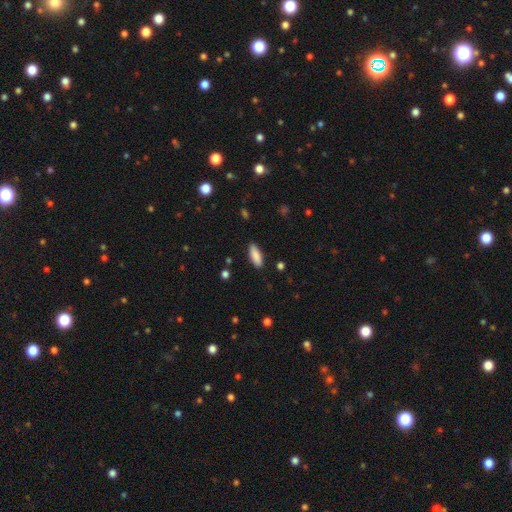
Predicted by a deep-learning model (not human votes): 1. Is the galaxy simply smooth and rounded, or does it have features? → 88% smooth, 6% star or artifact, 6% featured or disk.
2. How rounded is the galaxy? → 67% in between, 31% cigar-shaped, 2% round.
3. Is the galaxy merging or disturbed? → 88% none, 9% minor disturbance, 2% major disturbance, 1% merger.